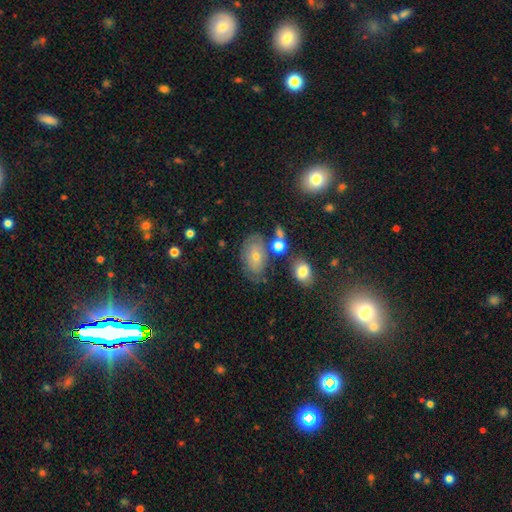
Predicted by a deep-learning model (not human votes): smooth-or-featured: smooth: 46% | featured or disk: 39% | star or artifact: 14%
  merging: none: 63% | minor disturbance: 21% | major disturbance: 9% | merger: 7%